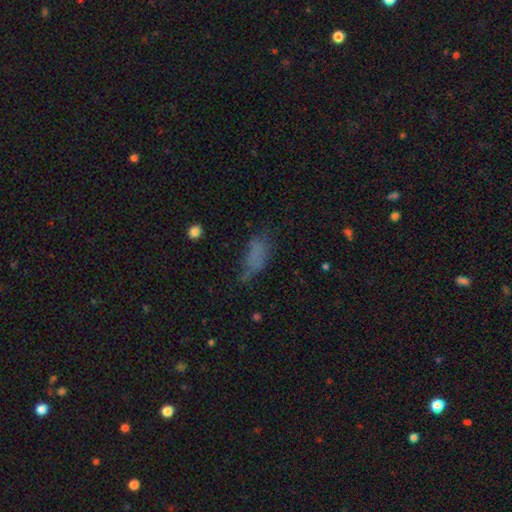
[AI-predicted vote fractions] Overall: smooth (61%; featured or disk 21%). How rounded: in between (76%). Merging: none (38%; major disturbance 29%).